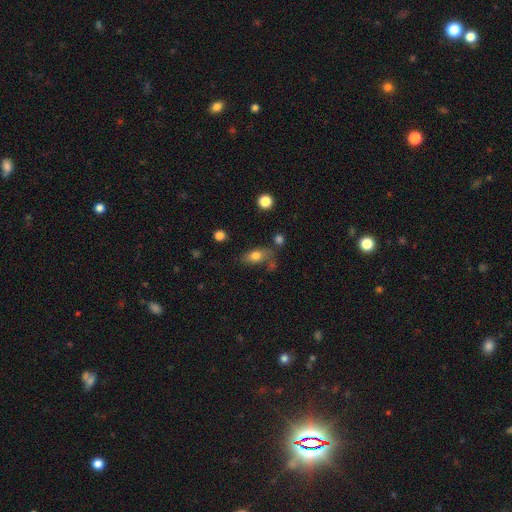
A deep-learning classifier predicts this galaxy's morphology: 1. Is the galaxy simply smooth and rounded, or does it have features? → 76% smooth, 14% featured or disk, 10% star or artifact.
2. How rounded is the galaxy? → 80% in between, 13% round, 7% cigar-shaped.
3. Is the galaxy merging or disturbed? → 56% none, 22% minor disturbance, 12% merger, 10% major disturbance.